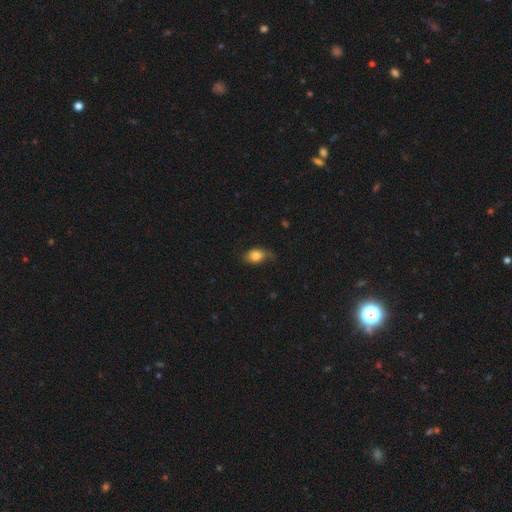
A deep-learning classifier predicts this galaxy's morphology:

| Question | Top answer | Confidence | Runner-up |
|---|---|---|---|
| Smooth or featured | smooth | 80% | featured or disk (12%) |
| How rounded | in between | 79% | round (19%) |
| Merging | none | 59% | minor disturbance (31%) |